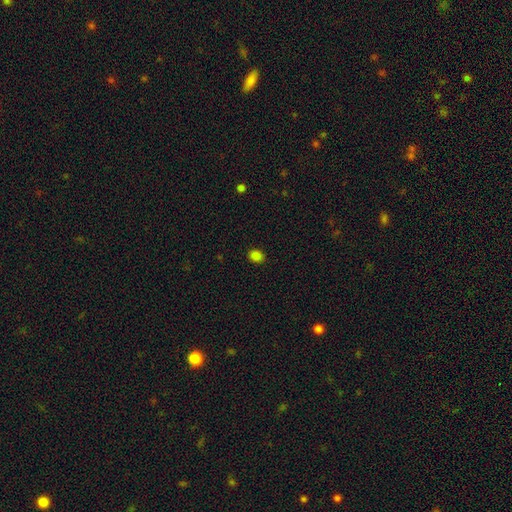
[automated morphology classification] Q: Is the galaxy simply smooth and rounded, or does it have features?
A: smooth — 83%.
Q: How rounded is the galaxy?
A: round — 57%.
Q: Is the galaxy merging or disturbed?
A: none — 90%.